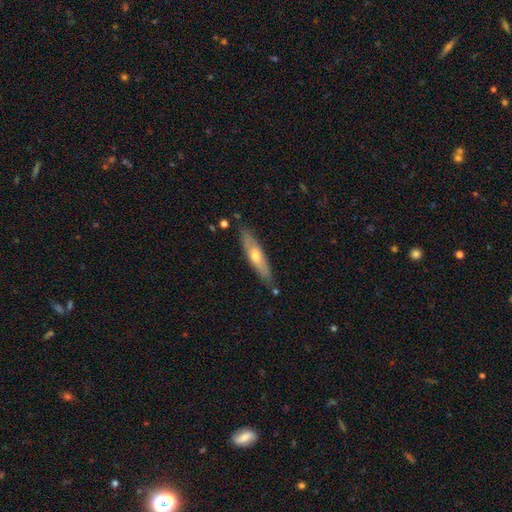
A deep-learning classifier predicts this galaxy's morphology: The model was most divided on "smooth or featured": featured or disk: 50%, smooth: 44%, star or artifact: 6%. More confident: merging — none (82%); edge-on disk — yes (75%).